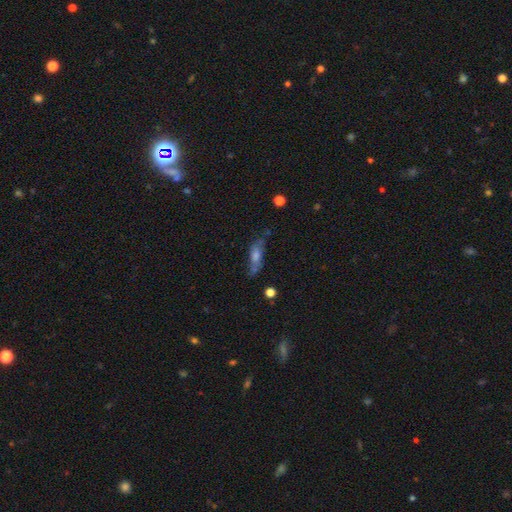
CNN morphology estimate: A featured or disk galaxy (50%). Merging: none (61%).